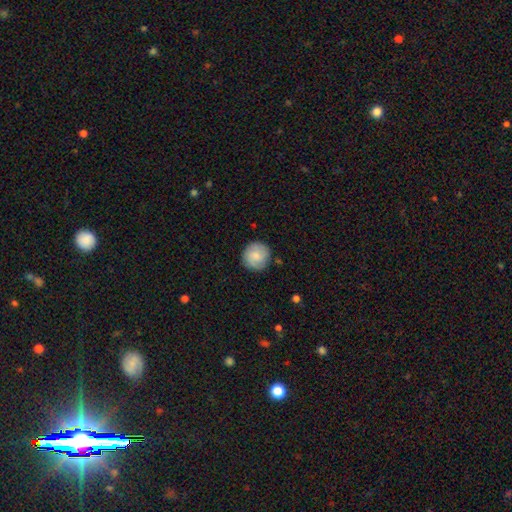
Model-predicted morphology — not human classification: The model was most divided on "smooth or featured": smooth: 80%, featured or disk: 14%, star or artifact: 6%. More confident: how rounded — round (94%); merging — none (86%).